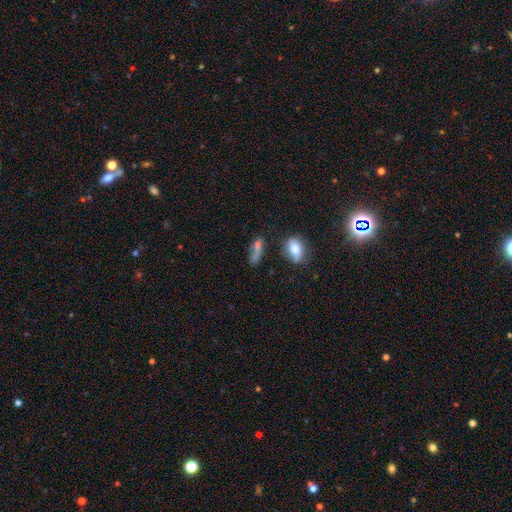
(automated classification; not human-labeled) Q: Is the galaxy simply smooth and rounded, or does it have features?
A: smooth — 52%.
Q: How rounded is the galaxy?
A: in between — 59%.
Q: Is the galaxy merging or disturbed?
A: none — 53%.